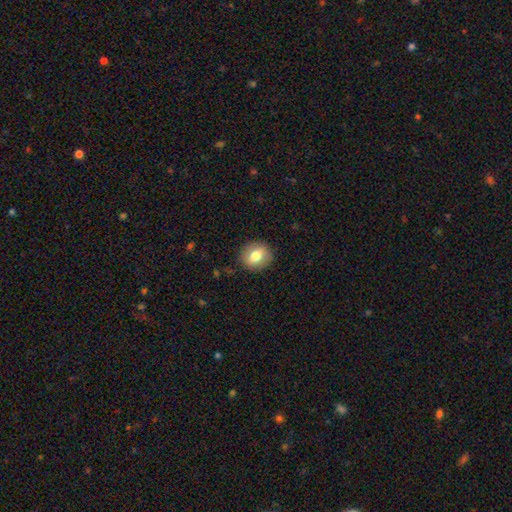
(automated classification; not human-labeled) smooth-or-featured: smooth: 71% | featured or disk: 21% | star or artifact: 8%
  how-rounded: round: 69% | in between: 30% | cigar-shaped: 1%
  merging: none: 88% | minor disturbance: 8% | major disturbance: 3% | merger: 1%